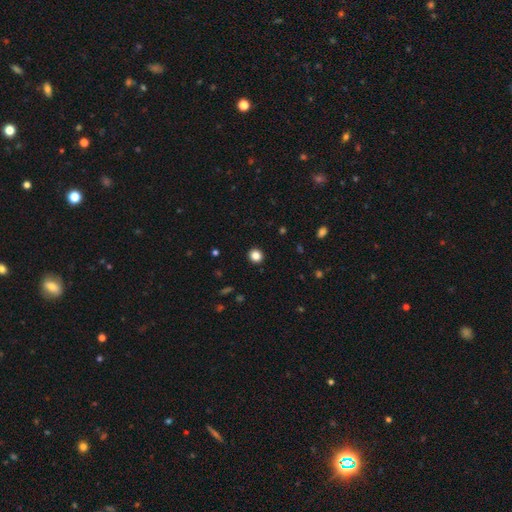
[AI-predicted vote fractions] Smooth or featured? smooth (85%)
How rounded? round (89%)
Merging? none (93%)